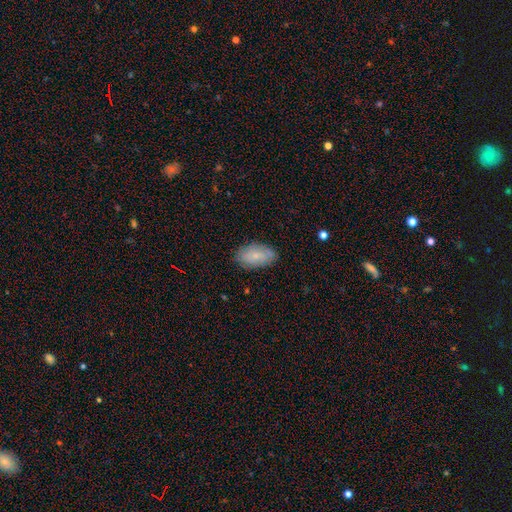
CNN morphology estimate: type=smooth (73%); roundness=in between (93%); merging=none (81%).